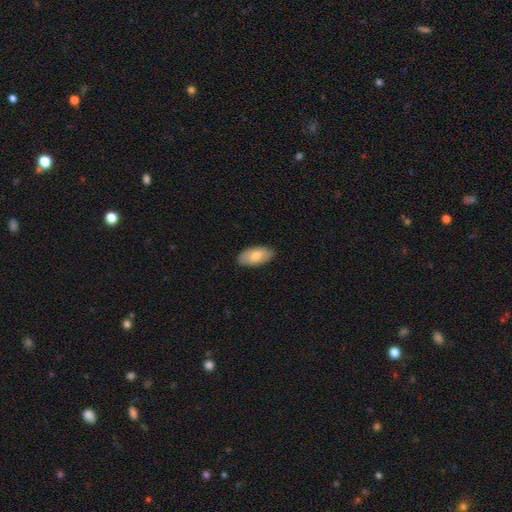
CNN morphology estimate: Smooth or featured?
  - smooth: 76% *
  - featured or disk: 18%
  - star or artifact: 6%
How rounded?
  - in between: 94% *
  - cigar-shaped: 4%
  - round: 3%
Merging?
  - none: 85% *
  - minor disturbance: 12%
  - major disturbance: 2%
  - merger: 1%